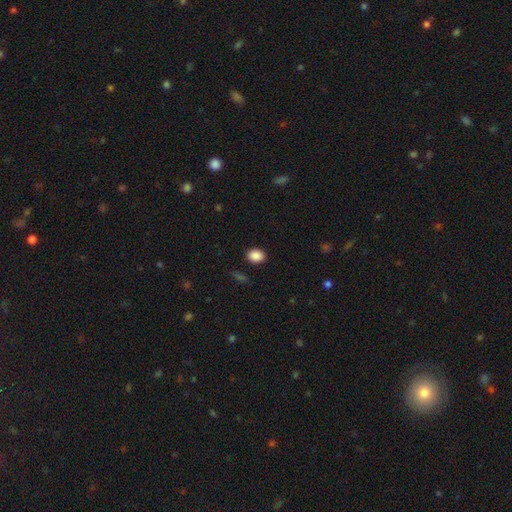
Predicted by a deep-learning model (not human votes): This is clearly a smooth galaxy (89%). How rounded: likely in between (61%). Merging: clearly none (89%).